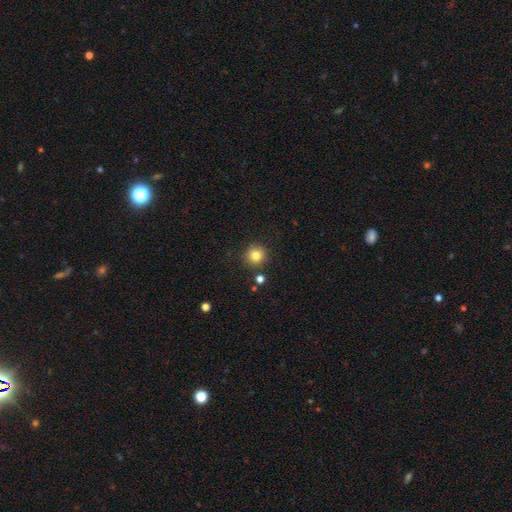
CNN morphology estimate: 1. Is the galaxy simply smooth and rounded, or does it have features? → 81% smooth, 12% star or artifact, 7% featured or disk.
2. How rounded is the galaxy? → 94% round, 5% in between, 1% cigar-shaped.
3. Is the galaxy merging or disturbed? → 88% none, 7% minor disturbance, 4% merger, 2% major disturbance.